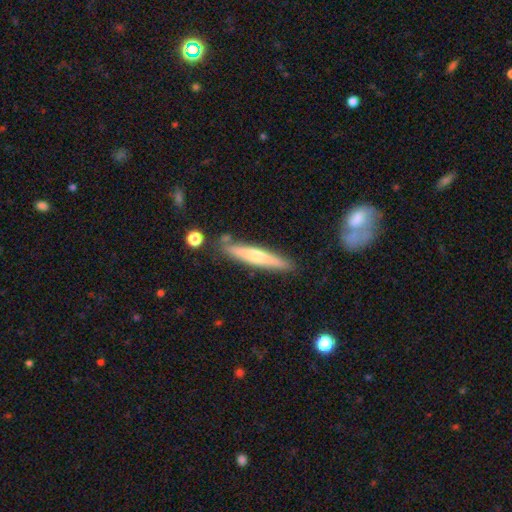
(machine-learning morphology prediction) Smooth or featured? smooth (56%)
How rounded? cigar-shaped (93%)
Merging? none (79%)